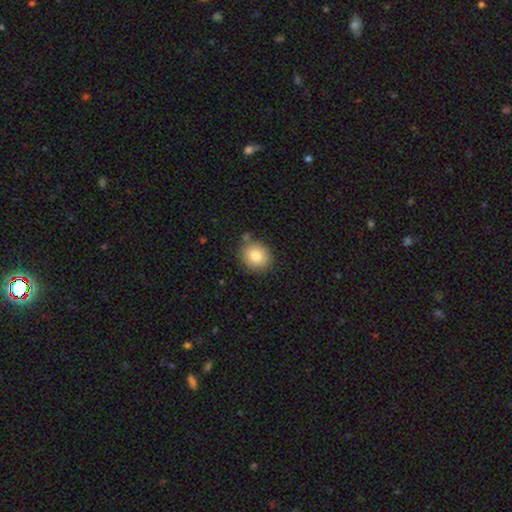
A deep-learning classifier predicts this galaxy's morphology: smooth 83%, star or artifact 9%, featured or disk 8%. Down the decision tree: how rounded — round (75%); merging — none (81%).